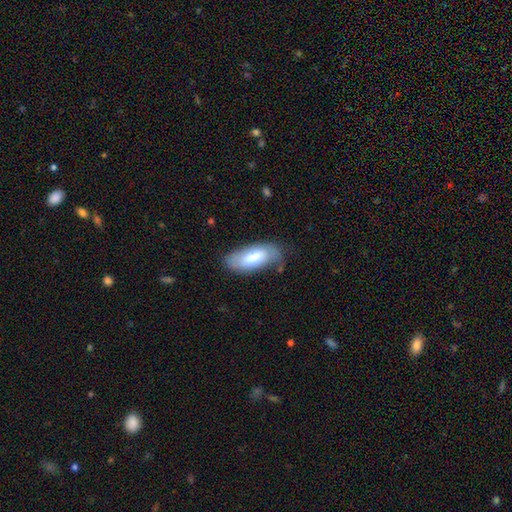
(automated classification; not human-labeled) Smooth or featured: smooth — 73% (featured or disk — 21%)
How rounded: in between — 84% (cigar-shaped — 14%)
Merging: none — 69% (minor disturbance — 22%)